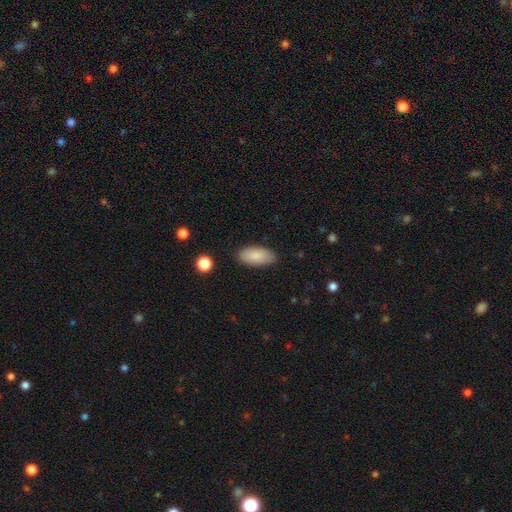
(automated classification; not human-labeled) Smooth or featured? smooth (87%)
How rounded? in between (90%)
Merging? none (86%)